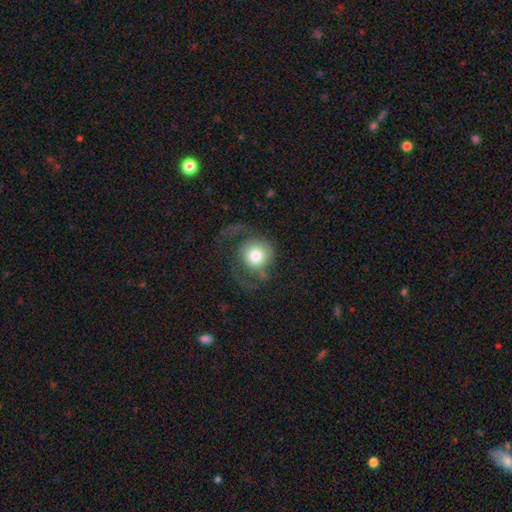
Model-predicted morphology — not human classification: A smooth galaxy with no disk features (58%) that is round (87%).

Vote fractions:
- Smooth or featured? smooth: 58% / featured or disk: 34% / star or artifact: 8%
- How rounded? round: 87% / in between: 12% / cigar-shaped: 1%
- Merging? major disturbance: 41% / none: 38% / minor disturbance: 18% / merger: 2%